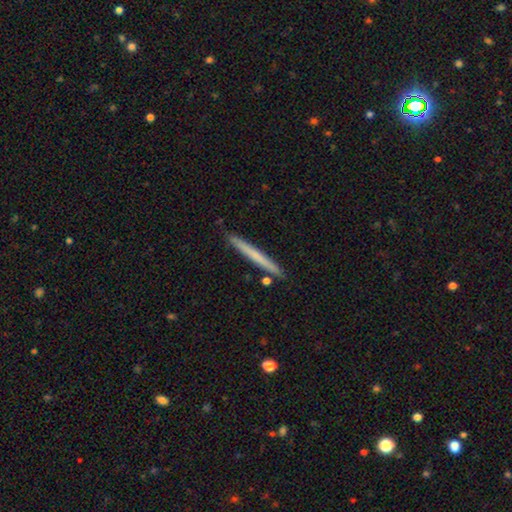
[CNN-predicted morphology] smooth_or_featured: smooth (p=0.60) [alt: featured or disk p=0.34]
how_rounded: cigar-shaped (p=0.97) [alt: in between p=0.02]
merging: none (p=0.90) [alt: minor disturbance p=0.06]